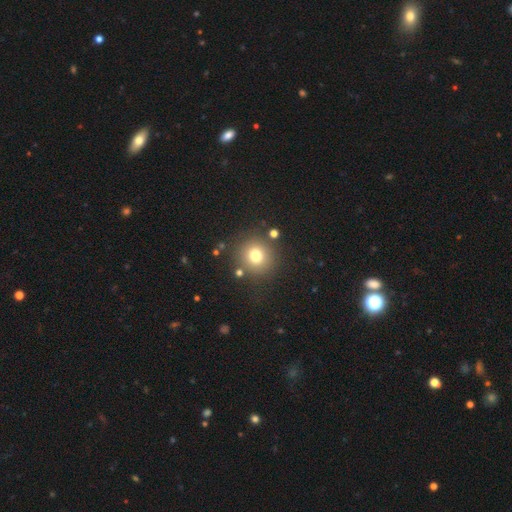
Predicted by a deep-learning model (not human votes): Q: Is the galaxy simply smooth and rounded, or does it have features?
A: smooth — 75%.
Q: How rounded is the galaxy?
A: round — 92%.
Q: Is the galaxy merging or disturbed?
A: none — 84%.